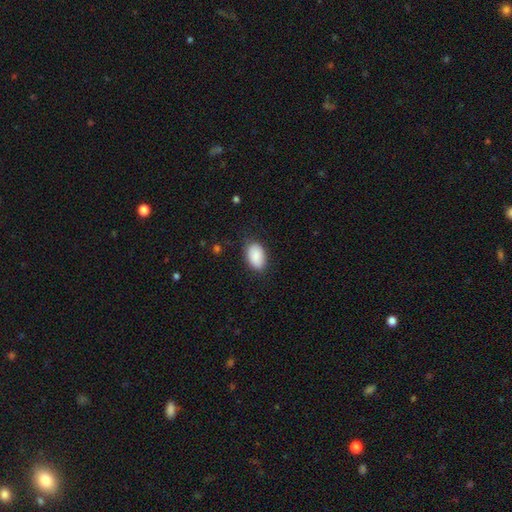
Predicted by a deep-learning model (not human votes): Smooth or featured?
  - smooth: 88% *
  - star or artifact: 6%
  - featured or disk: 5%
How rounded?
  - in between: 92% *
  - round: 7%
  - cigar-shaped: 1%
Merging?
  - none: 82% *
  - minor disturbance: 14%
  - major disturbance: 3%
  - merger: 1%